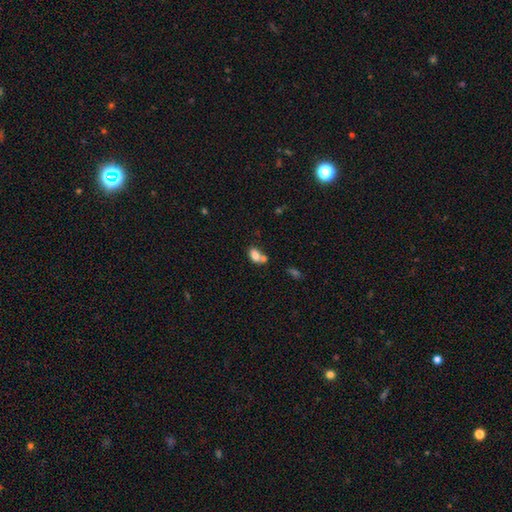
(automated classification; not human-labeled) A smooth galaxy with no disk features (77%) that is in between round and cigar-shaped (80%).

Vote fractions:
- Smooth or featured? smooth: 77% / featured or disk: 13% / star or artifact: 10%
- How rounded? in between: 80% / round: 18% / cigar-shaped: 2%
- Merging? merger: 49% / none: 34% / minor disturbance: 12% / major disturbance: 5%